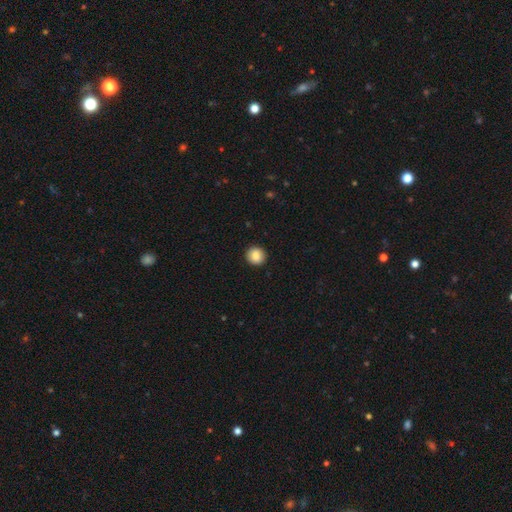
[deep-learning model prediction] The model was most divided on "smooth or featured": smooth: 87%, star or artifact: 8%, featured or disk: 5%. More confident: merging — none (93%); how rounded — round (92%).